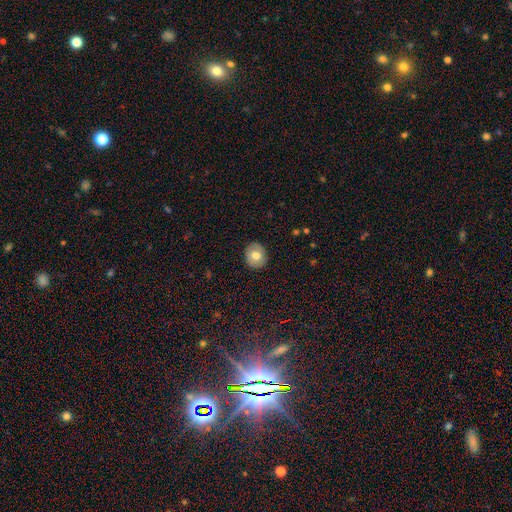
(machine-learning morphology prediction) This is likely a smooth galaxy (73%). How rounded: likely round (74%). Merging: clearly none (88%).